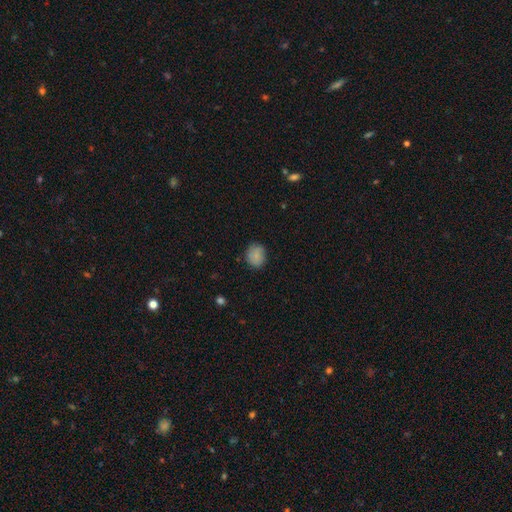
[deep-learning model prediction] Smooth or featured?
  - smooth: 82% *
  - featured or disk: 10%
  - star or artifact: 9%
How rounded?
  - round: 64% *
  - in between: 35%
  - cigar-shaped: 1%
Merging?
  - none: 80% *
  - minor disturbance: 15%
  - major disturbance: 3%
  - merger: 1%